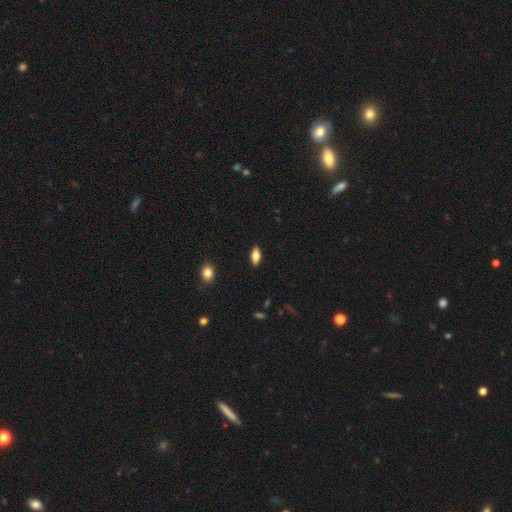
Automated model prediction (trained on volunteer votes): This is likely a smooth galaxy (75%). How rounded: clearly in between (84%). Merging: clearly none (89%).